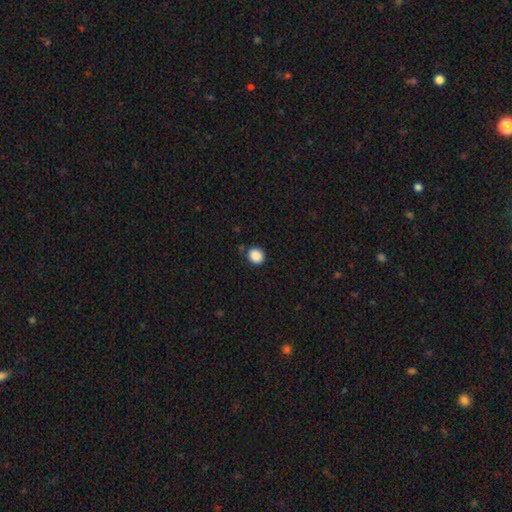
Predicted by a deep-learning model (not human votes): Smooth or featured?
  - smooth: 88% *
  - star or artifact: 9%
  - featured or disk: 3%
How rounded?
  - round: 85% *
  - in between: 14%
  - cigar-shaped: 1%
Merging?
  - none: 86% *
  - minor disturbance: 9%
  - major disturbance: 3%
  - merger: 2%